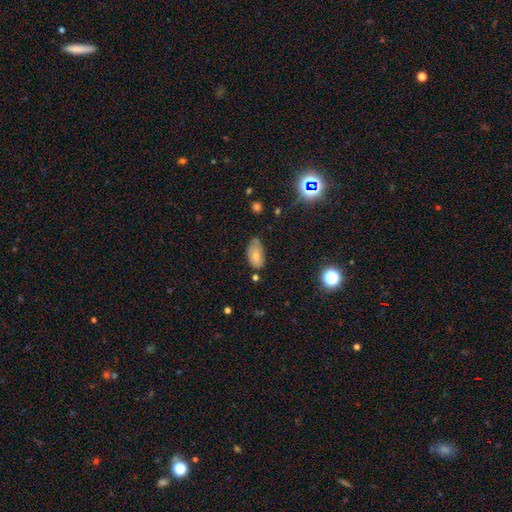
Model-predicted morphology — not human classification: Q: Smooth or featured?
A: smooth (69%); runner-up: featured or disk (21%)
Q: How rounded?
A: in between (93%); runner-up: round (5%)
Q: Merging?
A: none (54%); runner-up: minor disturbance (34%)